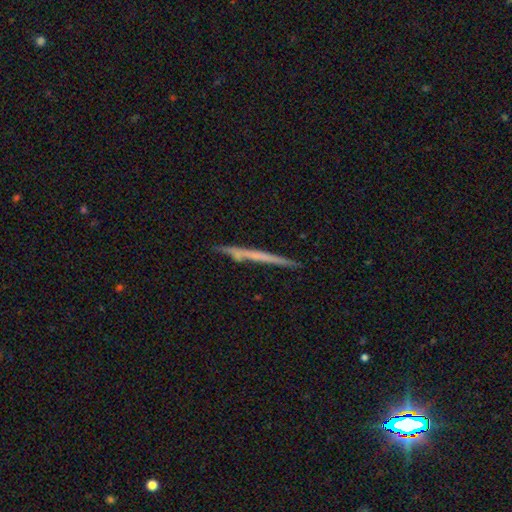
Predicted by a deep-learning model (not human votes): Smooth or featured?
  - featured or disk: 52% *
  - smooth: 42%
  - star or artifact: 6%
Edge-on disk?
  - yes: 97% *
  - no: 3%
Edge-on bulge?
  - none: 90% *
  - rounded: 6%
  - boxy: 3%
Merging?
  - none: 86% *
  - minor disturbance: 10%
  - merger: 2%
  - major disturbance: 2%